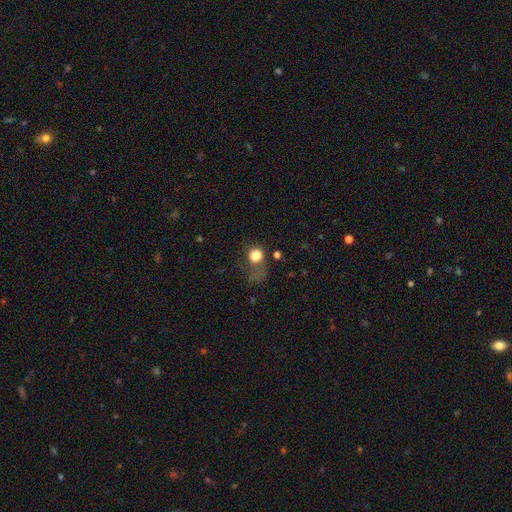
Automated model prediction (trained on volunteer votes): Smooth or featured?
  - smooth: 80% *
  - star or artifact: 11%
  - featured or disk: 9%
How rounded?
  - round: 76% *
  - in between: 22%
  - cigar-shaped: 1%
Merging?
  - major disturbance: 39% *
  - none: 33%
  - minor disturbance: 21%
  - merger: 7%